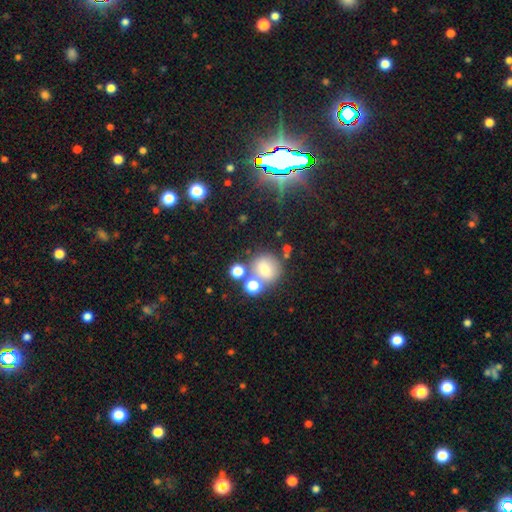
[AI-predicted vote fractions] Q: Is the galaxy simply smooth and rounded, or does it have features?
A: star or artifact — 67%.